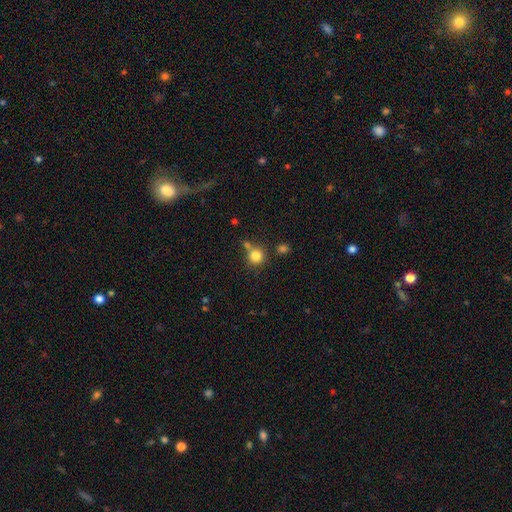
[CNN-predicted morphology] A smooth galaxy with no disk features (82%) that is round (90%). Merging: none (66%).